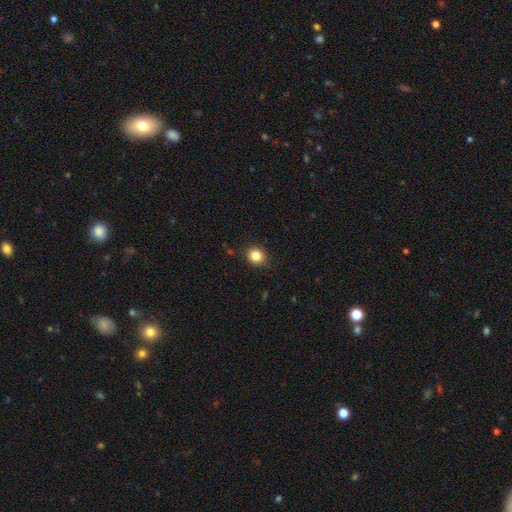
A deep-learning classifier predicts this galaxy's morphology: type=smooth (84%); roundness=round (79%); merging=none (87%).